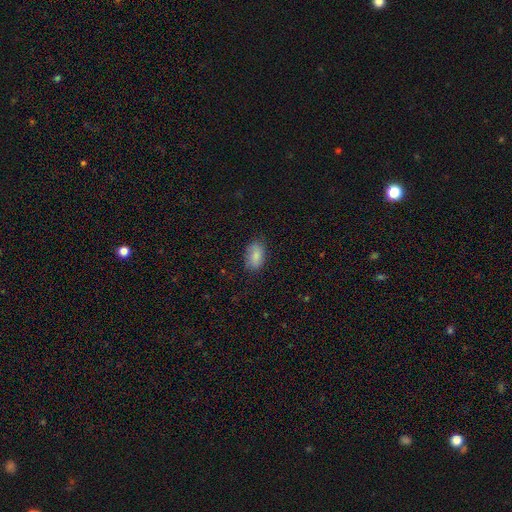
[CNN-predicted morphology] Q: Smooth or featured?
A: smooth (84%); runner-up: featured or disk (9%)
Q: How rounded?
A: in between (92%); runner-up: round (6%)
Q: Merging?
A: none (78%); runner-up: minor disturbance (17%)